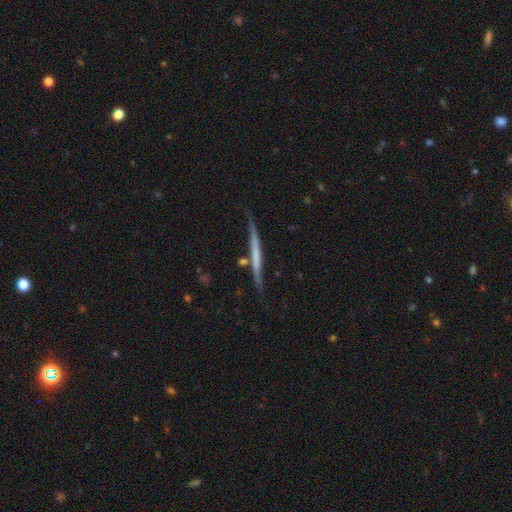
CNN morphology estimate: A featured or disk galaxy (57%) viewed edge-on (96%) with no central bulge (83%). Merging: none (75%).